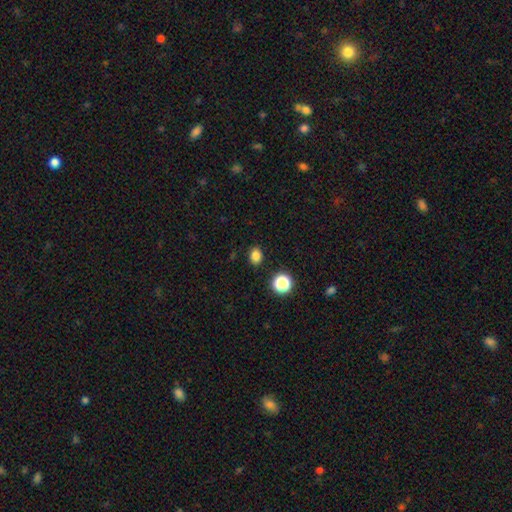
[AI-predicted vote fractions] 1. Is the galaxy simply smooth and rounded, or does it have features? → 82% smooth, 13% star or artifact, 4% featured or disk.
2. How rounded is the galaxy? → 50% round, 49% in between, 1% cigar-shaped.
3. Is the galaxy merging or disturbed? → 88% none, 8% minor disturbance, 2% major disturbance, 2% merger.